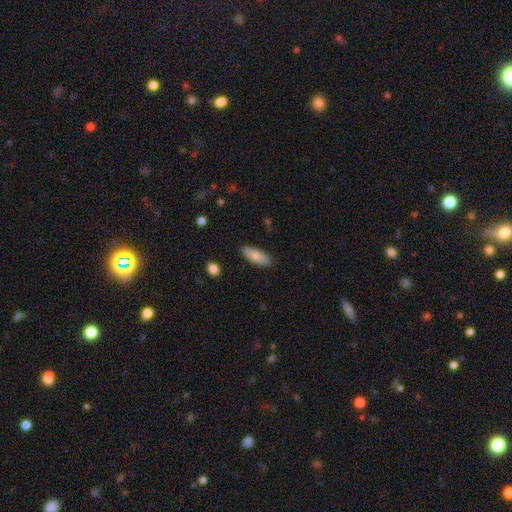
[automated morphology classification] smooth 77%, featured or disk 17%, star or artifact 6%. Down the decision tree: how rounded — in between (70%); merging — none (87%).